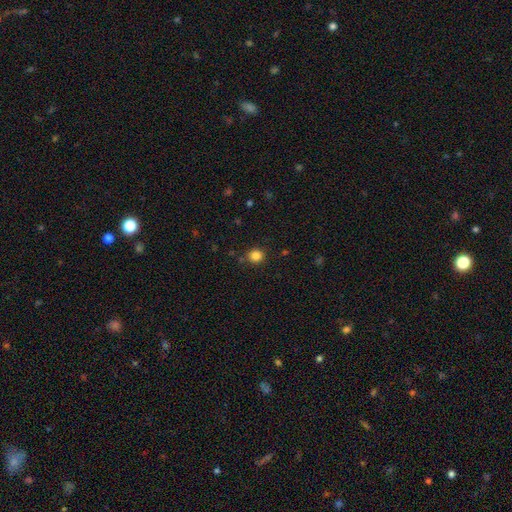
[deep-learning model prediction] This is clearly a smooth galaxy (84%). How rounded: clearly round (88%). Merging: clearly none (86%).